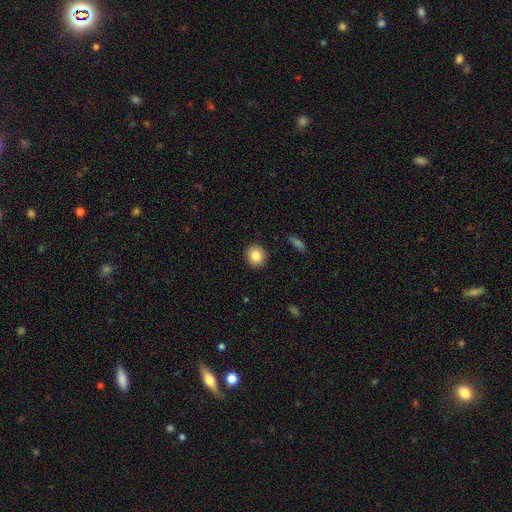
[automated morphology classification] Smooth or featured? Predicted: smooth (p=0.85). How rounded? Predicted: round (p=0.89). Merging? Predicted: none (p=0.92).